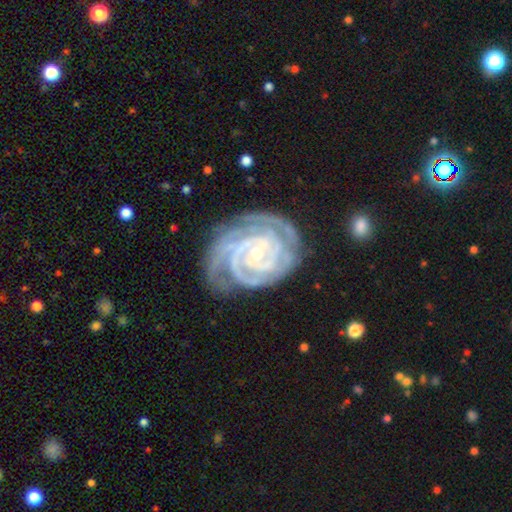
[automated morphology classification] featured or disk 93%, star or artifact 4%, smooth 3%. Down the decision tree: edge-on disk — no (98%); bar — no (45%); spiral arms — yes (99%); spiral arm count — 3 (35%); spiral winding — tight (85%); bulge size — small (71%); merging — none (74%).